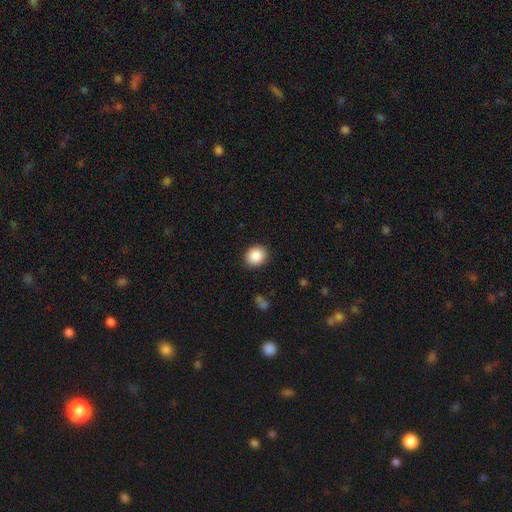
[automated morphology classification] Smooth or featured?
  - smooth: 87% *
  - star or artifact: 8%
  - featured or disk: 4%
How rounded?
  - round: 77% *
  - in between: 22%
  - cigar-shaped: 1%
Merging?
  - none: 90% *
  - minor disturbance: 7%
  - major disturbance: 2%
  - merger: 1%